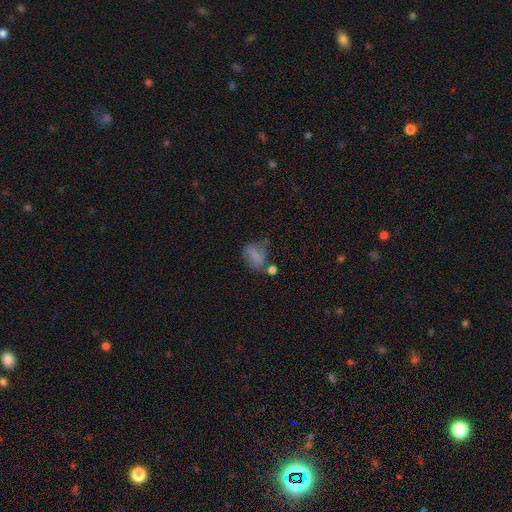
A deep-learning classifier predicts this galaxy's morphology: smooth-or-featured: smooth: 69% | featured or disk: 18% | star or artifact: 13%
  how-rounded: in between: 70% | round: 28% | cigar-shaped: 2%
  merging: none: 36% | minor disturbance: 28% | major disturbance: 21% | merger: 15%